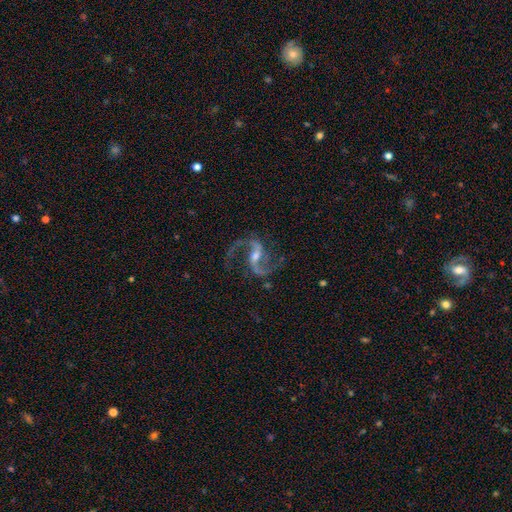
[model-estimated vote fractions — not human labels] A featured or disk galaxy (92%) with a weak bar (45%), 2 (93%) loose (56%) spiral arms (98%) and a moderate central bulge (49%).

Vote fractions:
- Smooth or featured? featured or disk: 92% / star or artifact: 5% / smooth: 3%
- Edge-on disk? no: 97% / yes: 3%
- Bar? weak: 45% / strong: 36% / no: 19%
- Spiral arms? yes: 98% / no: 2%
- Spiral winding? loose: 56% / medium: 39% / tight: 5%
- Spiral arm count? 2: 93% / 3: 2% / 1: 1% / can't tell: 1% / 4: 1% / more than 4: 1%
- Bulge size? moderate: 49% / small: 43% / none: 4% / large: 3% / dominant: 1%
- Merging? none: 78% / minor disturbance: 13% / major disturbance: 8% / merger: 2%